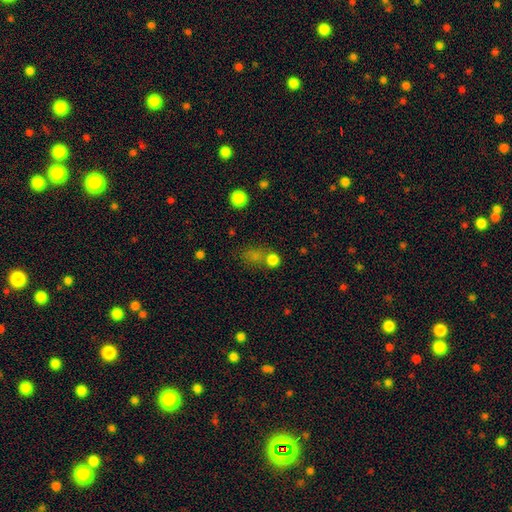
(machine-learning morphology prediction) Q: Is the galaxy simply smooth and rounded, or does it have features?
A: smooth — 69%.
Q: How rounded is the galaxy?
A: round — 71%.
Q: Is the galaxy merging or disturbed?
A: none — 56%.